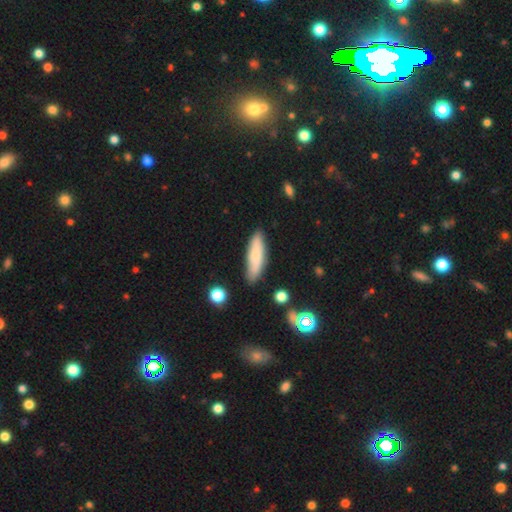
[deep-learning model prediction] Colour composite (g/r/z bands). It shows a smooth galaxy with no disk features (73%) that is cigar-shaped (61%). Merging: none (80%).